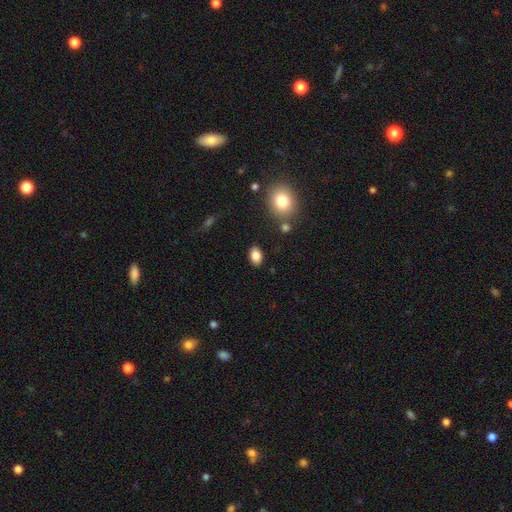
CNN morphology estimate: The model was most divided on "how rounded": in between: 85%, round: 14%, cigar-shaped: 1%. More confident: merging — none (86%); smooth or featured — smooth (85%).